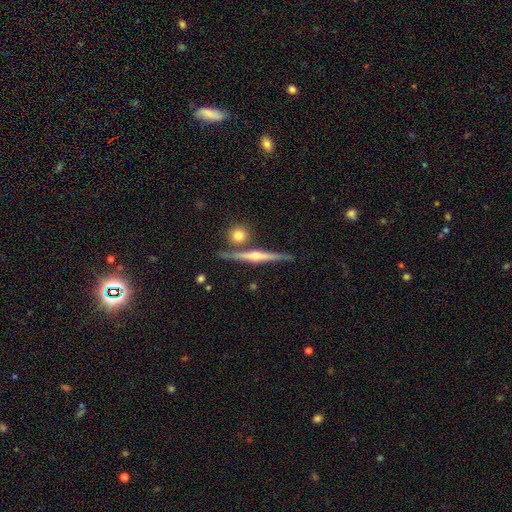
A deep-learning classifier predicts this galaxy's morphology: featured or disk 81%, smooth 13%, star or artifact 6%. Down the decision tree: edge-on disk — yes (98%); edge-on bulge — rounded (88%); merging — none (84%).